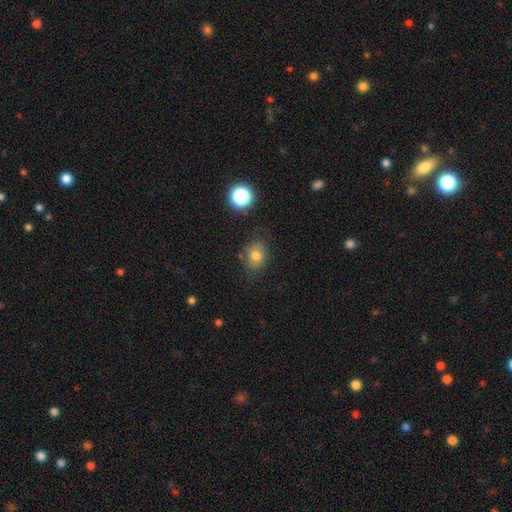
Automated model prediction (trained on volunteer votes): This appears to be a smooth galaxy with no disk features (74%) that is round (50%). Merging: none (75%).